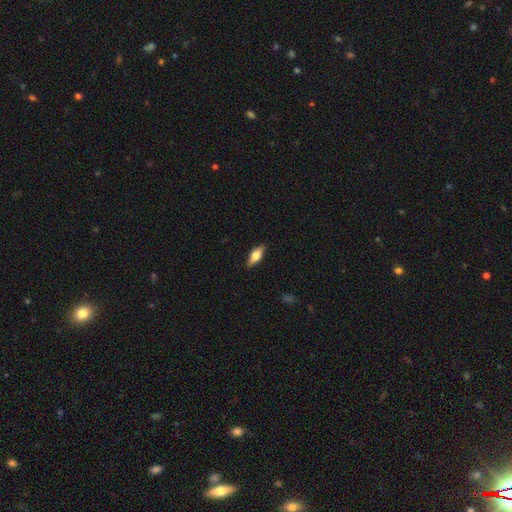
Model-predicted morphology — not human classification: Smooth or featured?
  - featured or disk: 48% *
  - smooth: 45%
  - star or artifact: 7%
Merging?
  - none: 87% *
  - minor disturbance: 9%
  - major disturbance: 2%
  - merger: 1%